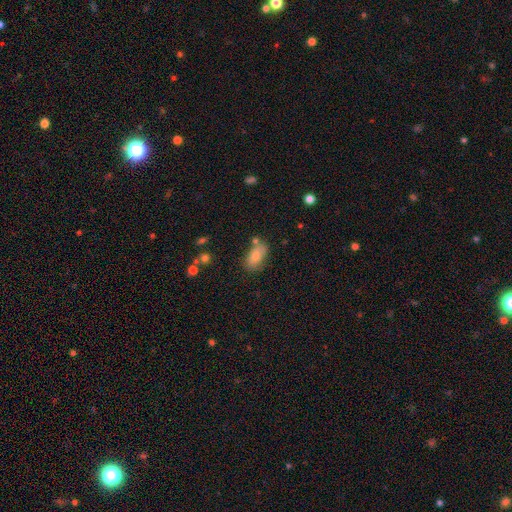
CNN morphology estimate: Smooth or featured?
  - smooth: 79% *
  - featured or disk: 13%
  - star or artifact: 8%
How rounded?
  - in between: 89% *
  - cigar-shaped: 7%
  - round: 4%
Merging?
  - none: 67% *
  - minor disturbance: 17%
  - merger: 11%
  - major disturbance: 5%